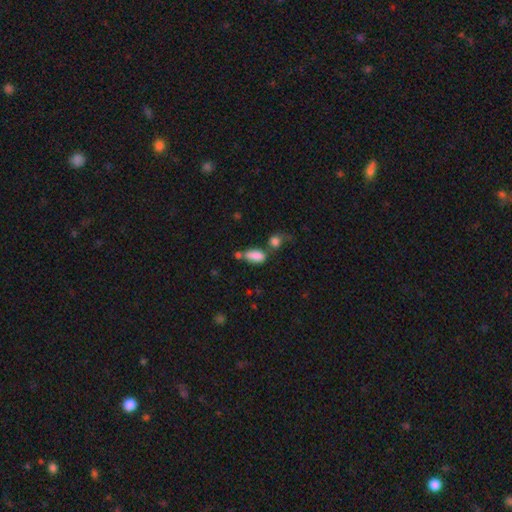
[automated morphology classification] The model was most divided on "merging": none: 39%, merger: 34%, minor disturbance: 17%, major disturbance: 10%. More confident: how rounded — in between (86%); smooth or featured — smooth (83%).